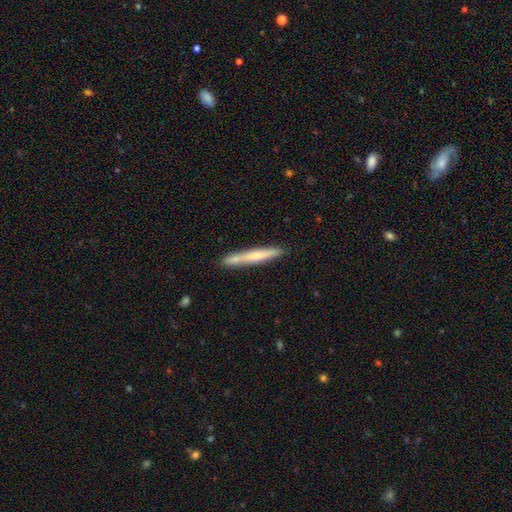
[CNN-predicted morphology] The model was most divided on "smooth or featured": smooth: 58%, featured or disk: 36%, star or artifact: 6%. More confident: how rounded — cigar-shaped (96%); merging — none (83%).